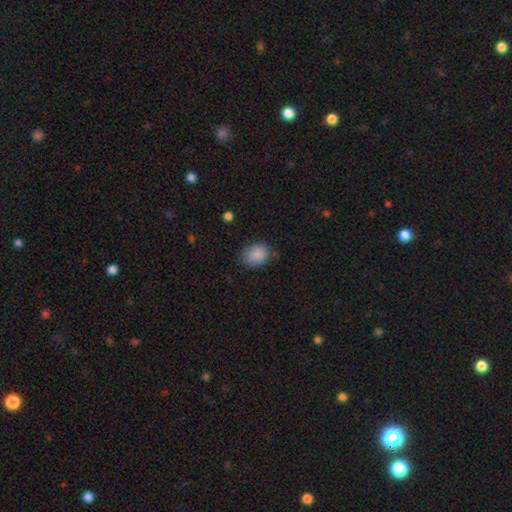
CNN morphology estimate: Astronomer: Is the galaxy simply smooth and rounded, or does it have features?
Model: smooth — 86%.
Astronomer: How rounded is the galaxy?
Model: in between — 63%.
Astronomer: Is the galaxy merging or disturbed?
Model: none — 70%.